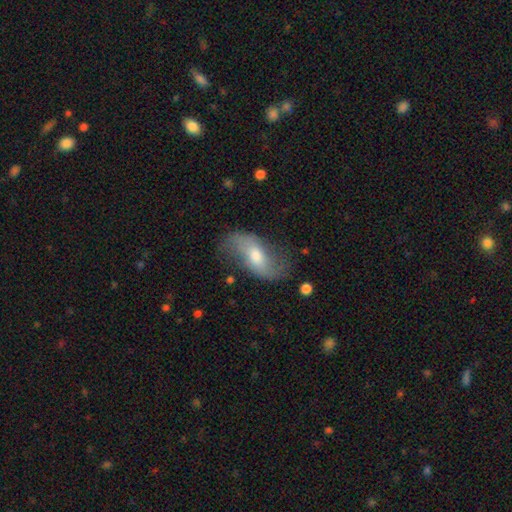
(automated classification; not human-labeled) Q: Smooth or featured?
A: featured or disk (62%); runner-up: smooth (31%)
Q: Edge-on disk?
A: no (91%); runner-up: yes (9%)
Q: Bar?
A: weak (41%); runner-up: no (38%)
Q: Spiral arms?
A: yes (84%); runner-up: no (16%)
Q: Bulge size?
A: moderate (64%); runner-up: small (23%)
Q: Merging?
A: none (63%); runner-up: minor disturbance (23%)